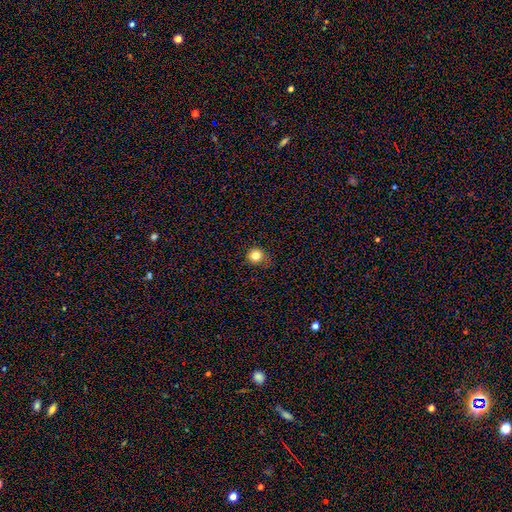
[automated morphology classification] Q: Smooth or featured?
A: smooth (82%); runner-up: star or artifact (13%)
Q: How rounded?
A: round (88%); runner-up: in between (11%)
Q: Merging?
A: none (84%); runner-up: minor disturbance (12%)